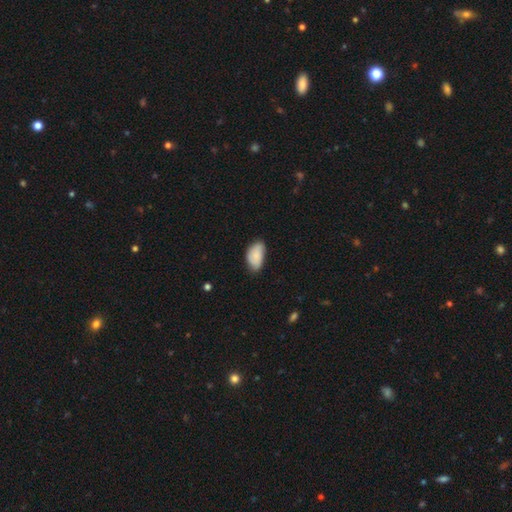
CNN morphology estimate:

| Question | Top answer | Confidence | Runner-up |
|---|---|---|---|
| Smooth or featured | smooth | 82% | featured or disk (11%) |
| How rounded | in between | 93% | round (5%) |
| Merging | none | 63% | minor disturbance (31%) |